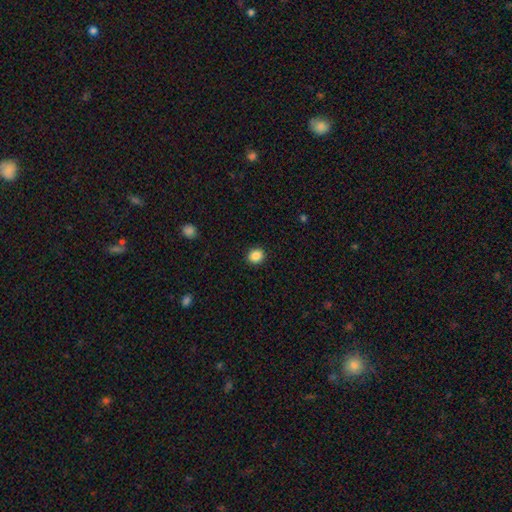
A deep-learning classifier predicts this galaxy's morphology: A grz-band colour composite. It shows a smooth galaxy with no disk features (87%) that is round (83%). Merging: none (92%).